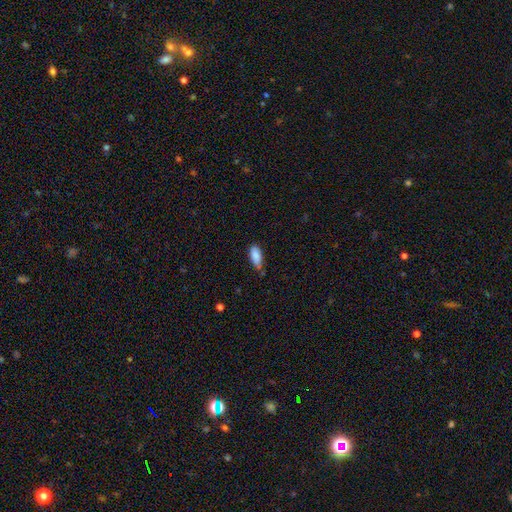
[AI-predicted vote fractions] Overall: smooth (85%). How rounded: in between (85%). Merging: none (49%; minor disturbance 40%).